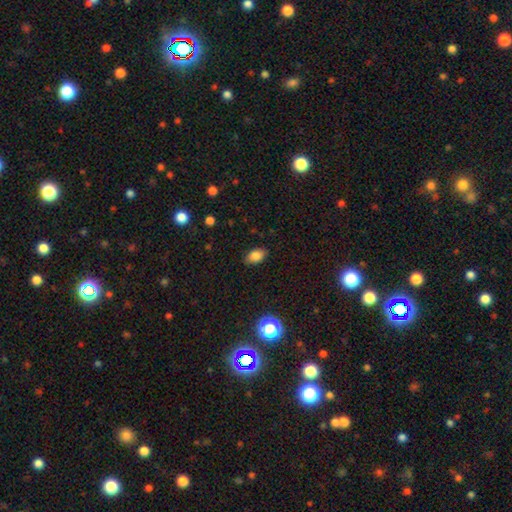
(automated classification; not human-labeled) smooth 82%, star or artifact 11%, featured or disk 7%. Down the decision tree: how rounded — in between (87%); merging — none (86%).